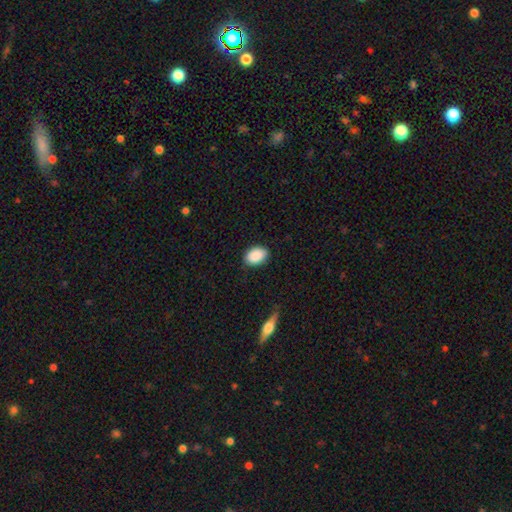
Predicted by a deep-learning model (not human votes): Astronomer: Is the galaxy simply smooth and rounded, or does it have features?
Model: smooth — 89%.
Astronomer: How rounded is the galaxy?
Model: in between — 84%.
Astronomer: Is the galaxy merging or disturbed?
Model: none — 84%.